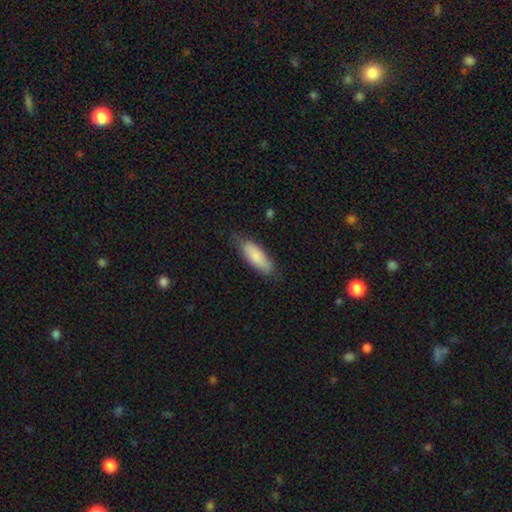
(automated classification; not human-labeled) smooth-or-featured: smooth: 82% | featured or disk: 13% | star or artifact: 6%
  how-rounded: in between: 69% | cigar-shaped: 29% | round: 2%
  merging: none: 73% | minor disturbance: 21% | major disturbance: 4% | merger: 1%